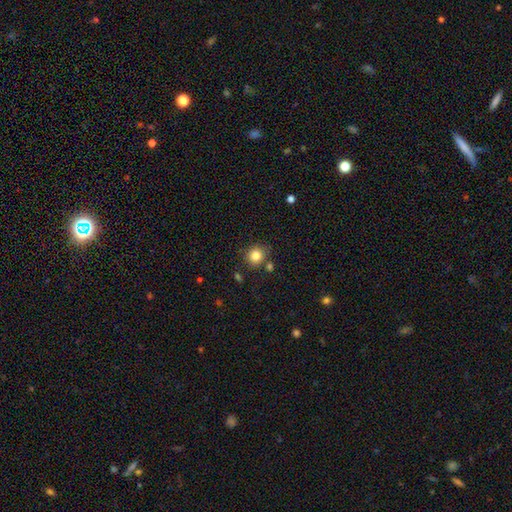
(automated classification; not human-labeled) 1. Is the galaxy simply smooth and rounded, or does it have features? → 83% smooth, 11% star or artifact, 6% featured or disk.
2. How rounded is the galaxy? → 86% round, 13% in between, 1% cigar-shaped.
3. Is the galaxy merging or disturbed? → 80% none, 10% minor disturbance, 7% merger, 3% major disturbance.